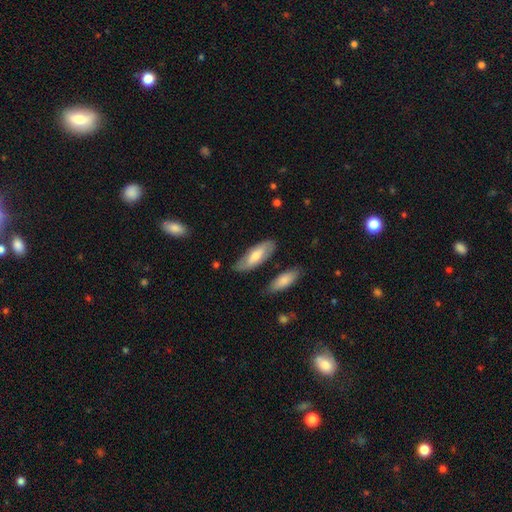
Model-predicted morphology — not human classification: smooth-or-featured: smooth: 61% | featured or disk: 33% | star or artifact: 6%
  how-rounded: in between: 73% | cigar-shaped: 25% | round: 2%
  merging: none: 77% | minor disturbance: 15% | merger: 4% | major disturbance: 3%